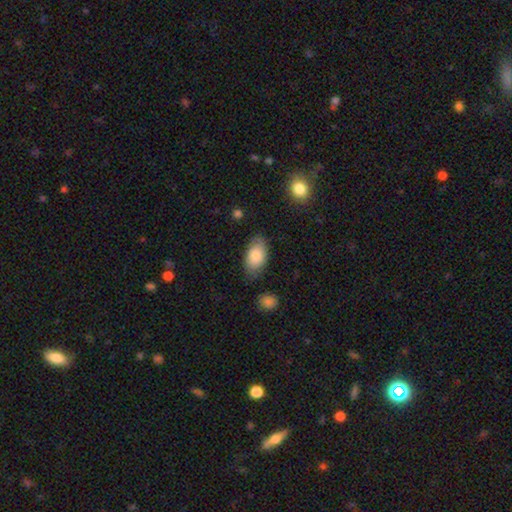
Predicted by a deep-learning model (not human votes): Smooth or featured: smooth — 81% (featured or disk — 12%)
How rounded: in between — 92% (round — 5%)
Merging: none — 72% (minor disturbance — 20%)